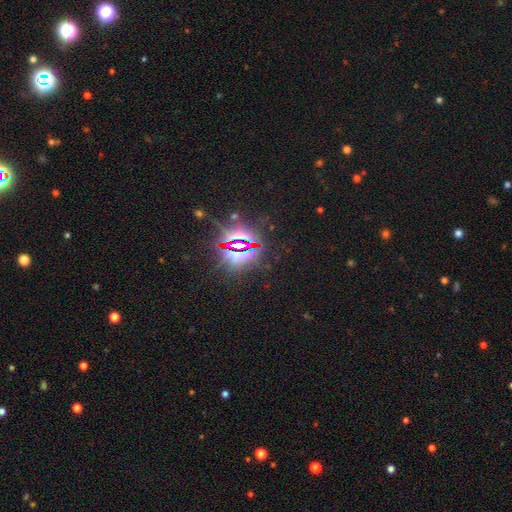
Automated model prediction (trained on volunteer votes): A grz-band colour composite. It shows a star or artifact, not a galaxy (85%).